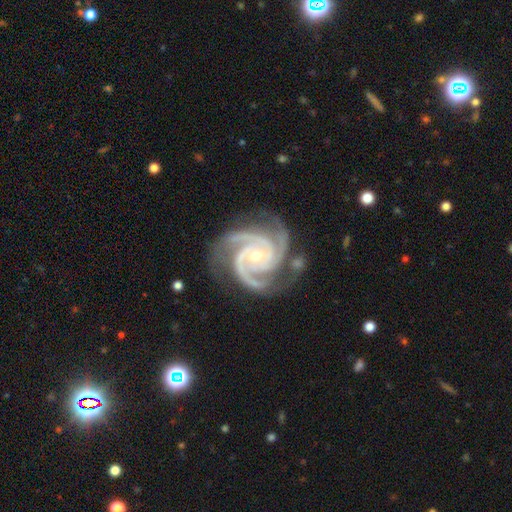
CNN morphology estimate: This is clearly a featured or disk galaxy (95%). It is clearly not viewed edge-on (98%). Bar: likely no (64%). Spiral arm pattern: clearly yes (99%). Spiral arm count: likely 3 (70%). Spiral winding: likely tight (67%). Central bulge: possibly small (54%). Merging: likely none (74%).